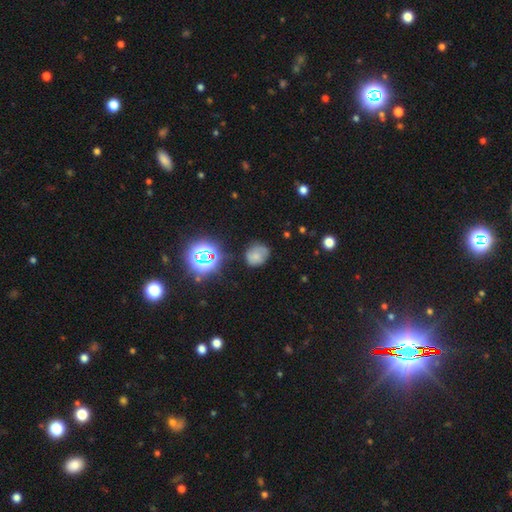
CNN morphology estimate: This appears to be a smooth galaxy with no disk features (63%) that is round (61%). Merging: none (64%).